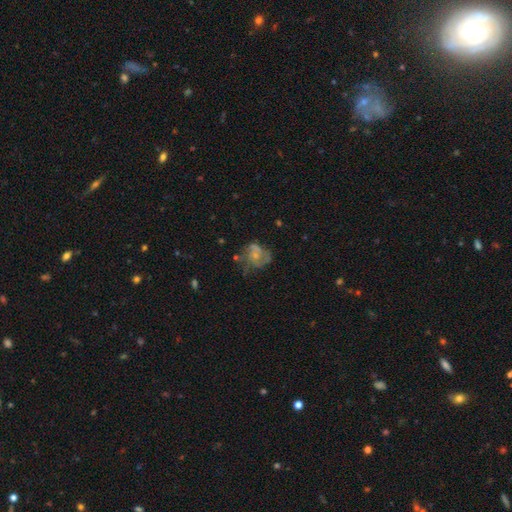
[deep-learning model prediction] featured or disk 60%, smooth 30%, star or artifact 10%. Down the decision tree: edge-on disk — no (98%); bar — no (82%); spiral arms — yes (62%); bulge size — small (58%); merging — none (42%).